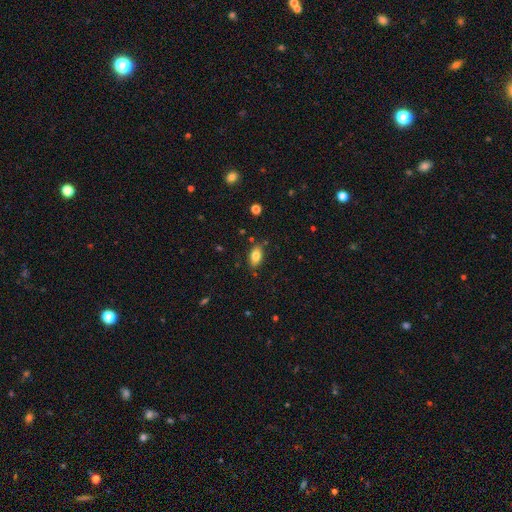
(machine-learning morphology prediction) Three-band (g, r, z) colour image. It shows a smooth galaxy with no disk features (81%) that is in between round and cigar-shaped (90%). Merging: none (81%).